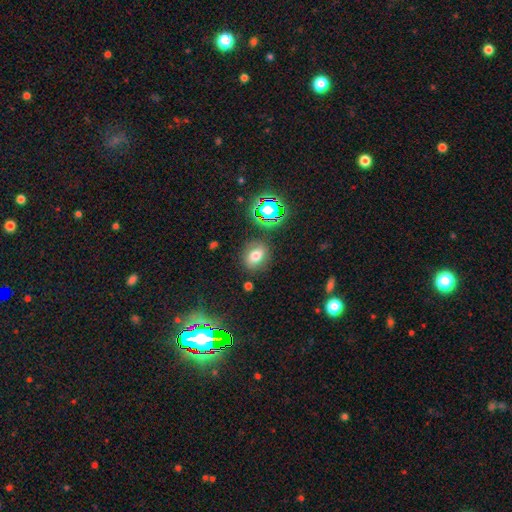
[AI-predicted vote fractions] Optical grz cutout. It shows a smooth galaxy with no disk features (67%) that is in between round and cigar-shaped (59%). Merging: none (79%).